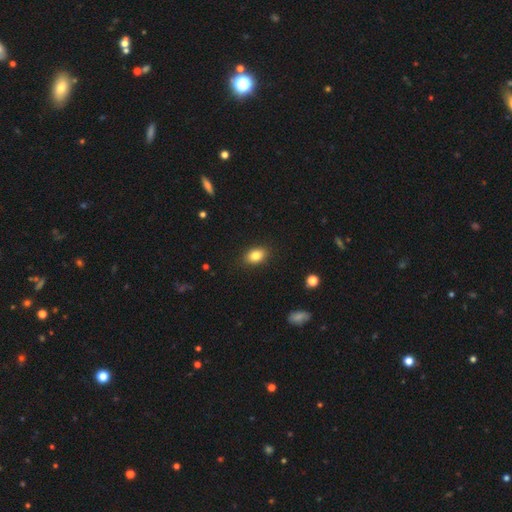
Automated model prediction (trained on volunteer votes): smooth-or-featured: smooth: 82% | star or artifact: 9% | featured or disk: 8%
  how-rounded: in between: 83% | round: 16% | cigar-shaped: 2%
  merging: none: 88% | minor disturbance: 9% | major disturbance: 2% | merger: 1%